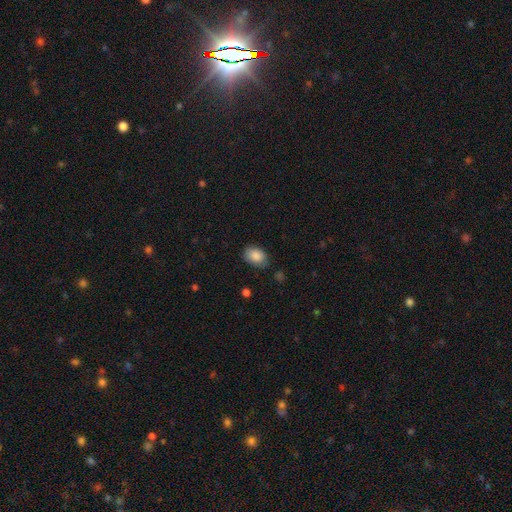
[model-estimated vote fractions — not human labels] The model was most divided on "merging": none: 75%, minor disturbance: 20%, major disturbance: 4%, merger: 2%. More confident: smooth or featured — smooth (87%); how rounded — in between (80%).